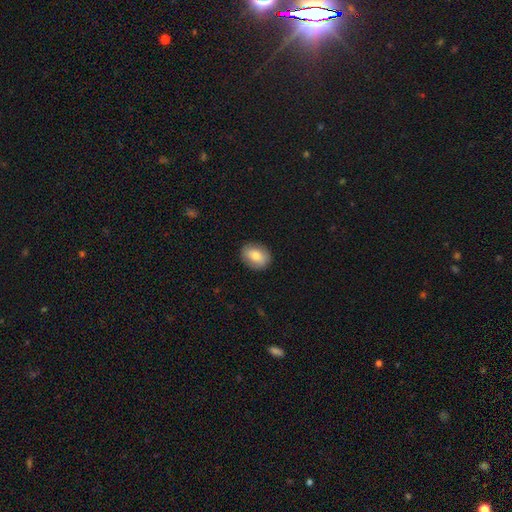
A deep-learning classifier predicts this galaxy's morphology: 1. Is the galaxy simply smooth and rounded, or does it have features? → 76% smooth, 17% featured or disk, 7% star or artifact.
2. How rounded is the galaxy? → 62% in between, 37% round, 1% cigar-shaped.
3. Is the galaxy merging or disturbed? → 87% none, 10% minor disturbance, 2% major disturbance, 1% merger.